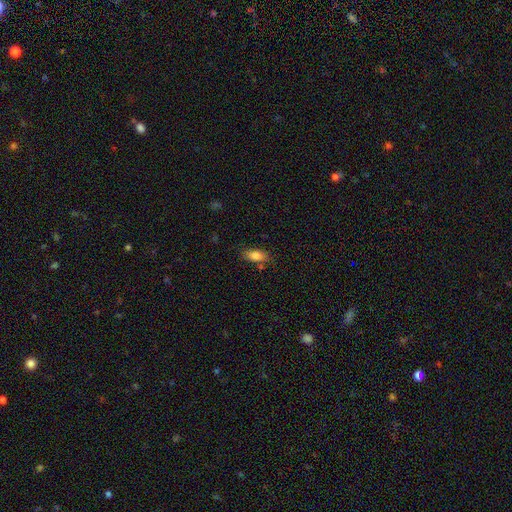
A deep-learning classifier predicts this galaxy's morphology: smooth-or-featured: smooth: 81% | featured or disk: 11% | star or artifact: 8%
  how-rounded: in between: 86% | cigar-shaped: 10% | round: 4%
  merging: none: 78% | minor disturbance: 15% | merger: 5% | major disturbance: 3%